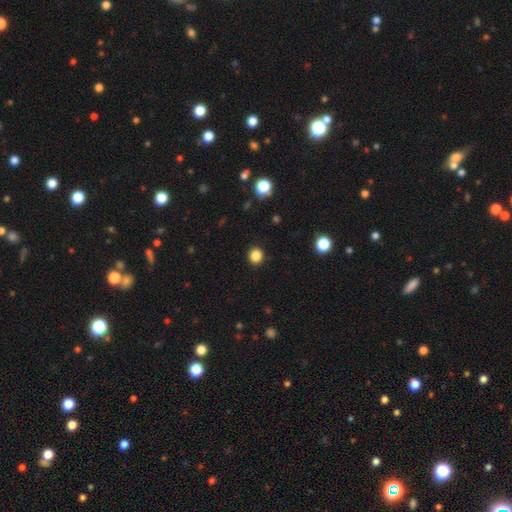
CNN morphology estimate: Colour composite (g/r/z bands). It shows a smooth galaxy with no disk features (85%) that is round (87%). Merging: none (91%).